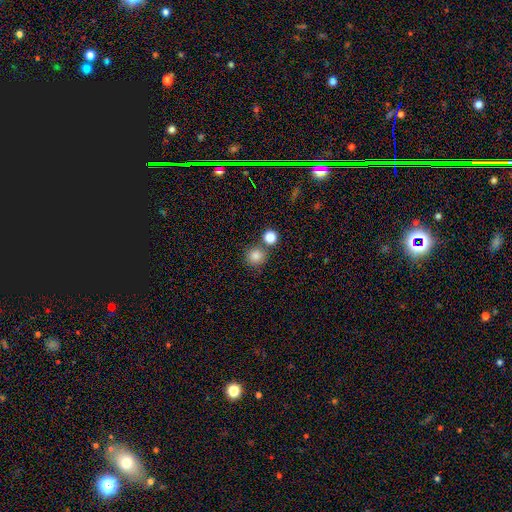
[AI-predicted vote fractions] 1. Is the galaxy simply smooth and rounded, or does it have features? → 83% smooth, 12% star or artifact, 5% featured or disk.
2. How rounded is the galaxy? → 91% round, 8% in between, 1% cigar-shaped.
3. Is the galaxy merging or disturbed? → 73% none, 16% merger, 8% minor disturbance, 3% major disturbance.